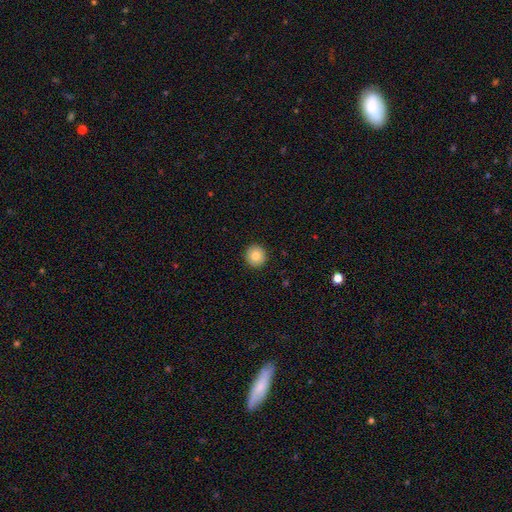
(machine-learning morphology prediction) Overall: smooth (83%). How rounded: round (95%). Merging: none (93%).